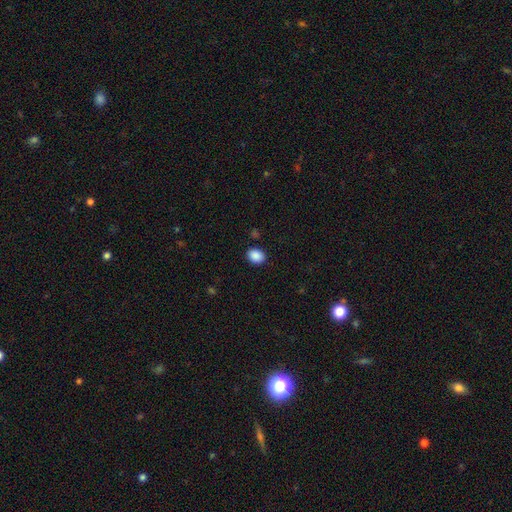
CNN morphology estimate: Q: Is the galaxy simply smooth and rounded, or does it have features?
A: smooth — 89%.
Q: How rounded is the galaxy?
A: in between — 56%.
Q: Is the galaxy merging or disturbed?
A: none — 89%.